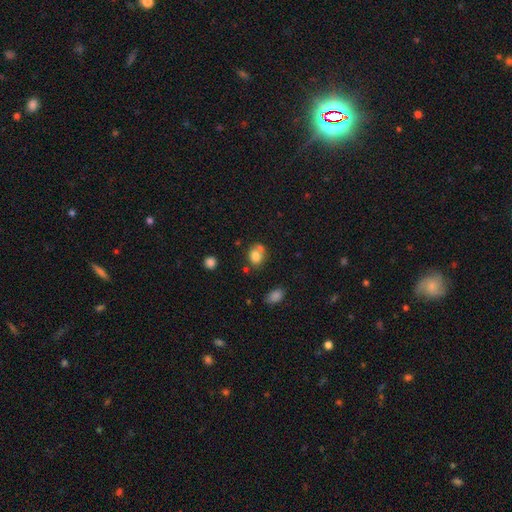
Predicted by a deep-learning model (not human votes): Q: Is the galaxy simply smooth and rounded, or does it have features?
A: smooth — 78%.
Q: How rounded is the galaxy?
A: round — 50%.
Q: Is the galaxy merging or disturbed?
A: none — 47%.